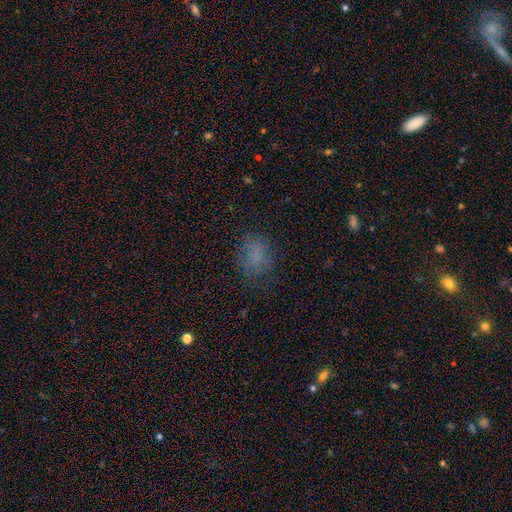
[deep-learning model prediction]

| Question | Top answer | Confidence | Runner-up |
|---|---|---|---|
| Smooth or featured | smooth | 70% | star or artifact (16%) |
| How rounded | in between | 58% | round (40%) |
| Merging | none | 66% | minor disturbance (20%) |